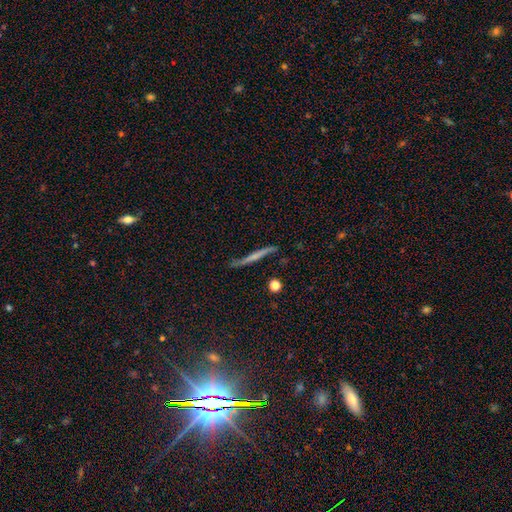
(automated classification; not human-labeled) Smooth or featured: featured or disk — 52% (smooth — 38%)
Edge-on disk: yes — 87% (no — 13%)
Merging: none — 72% (minor disturbance — 19%)